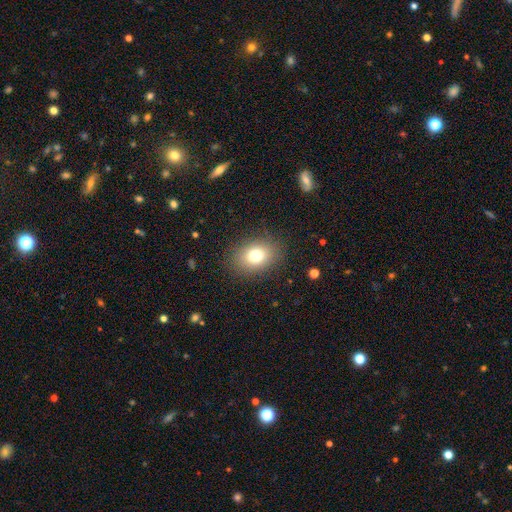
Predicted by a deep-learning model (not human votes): Overall: smooth (77%). How rounded: in between (64%; round 35%). Merging: none (87%).